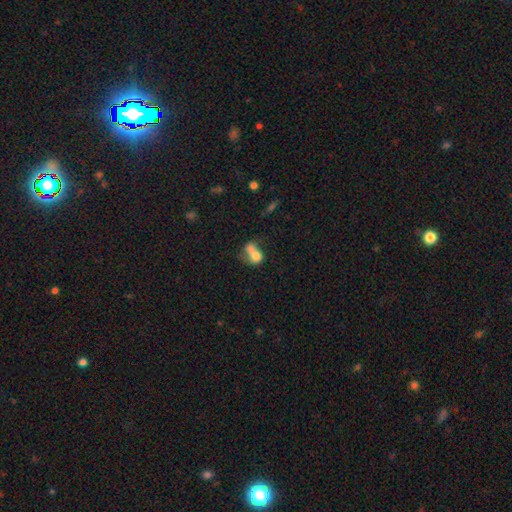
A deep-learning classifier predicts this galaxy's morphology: This is likely a smooth galaxy (69%). How rounded: possibly in between (57%). Merging: possibly merger (57%).